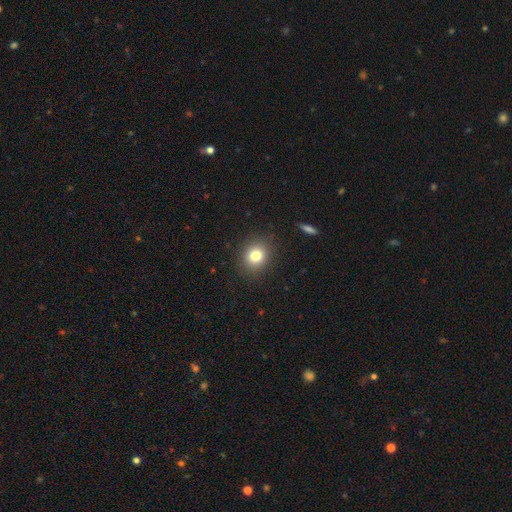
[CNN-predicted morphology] A smooth galaxy with no disk features (79%) that is round (72%).

Vote fractions:
- Smooth or featured? smooth: 79% / star or artifact: 12% / featured or disk: 9%
- How rounded? round: 72% / in between: 27% / cigar-shaped: 1%
- Merging? none: 88% / minor disturbance: 8% / major disturbance: 3% / merger: 1%